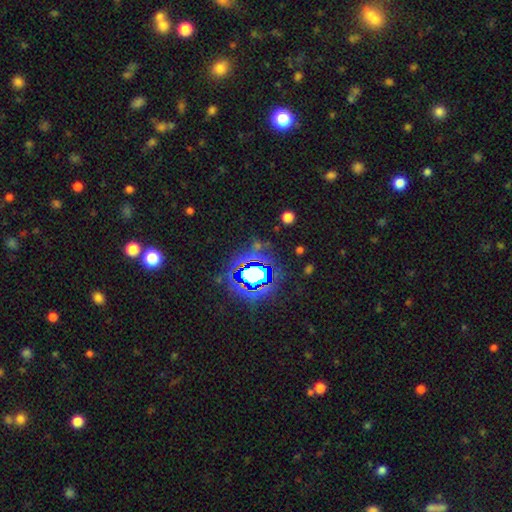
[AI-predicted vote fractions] This appears to be a star or artifact, not a galaxy (81%).